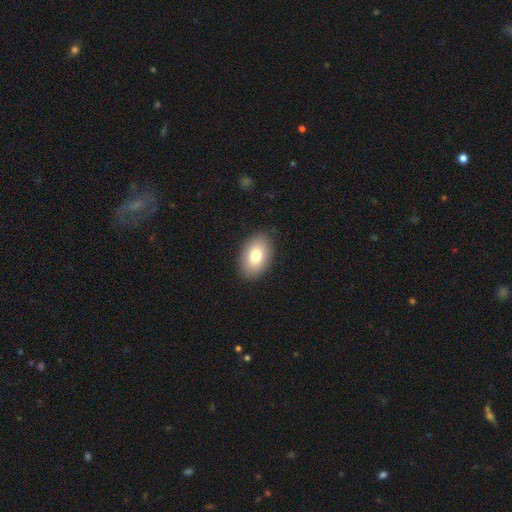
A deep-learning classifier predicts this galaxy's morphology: The model was most divided on "smooth or featured": smooth: 79%, featured or disk: 13%, star or artifact: 7%. More confident: how rounded — in between (88%); merging — none (87%).